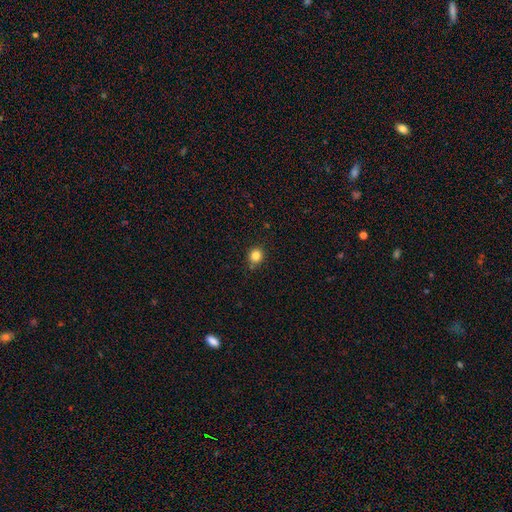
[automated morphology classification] Overall: smooth (83%). How rounded: round (85%). Merging: none (83%).